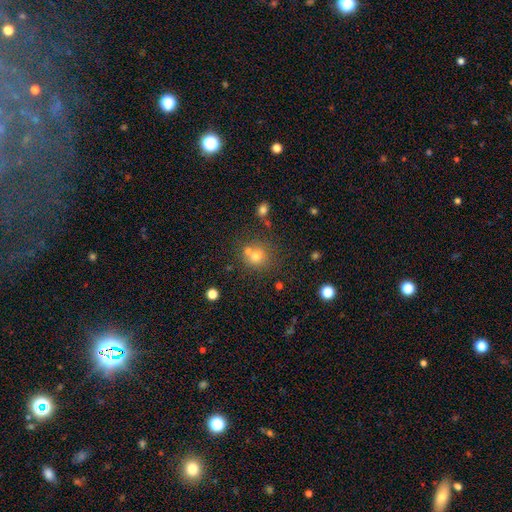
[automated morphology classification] smooth 69%, star or artifact 17%, featured or disk 14%. Down the decision tree: how rounded — round (86%); merging — none (55%).